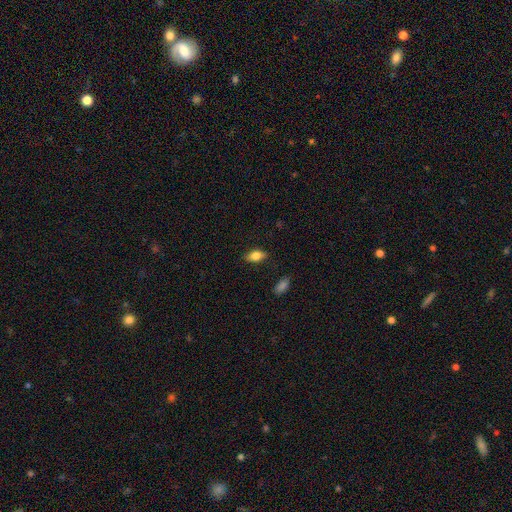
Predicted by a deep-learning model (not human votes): Smooth or featured? smooth (76%)
How rounded? in between (86%)
Merging? none (84%)